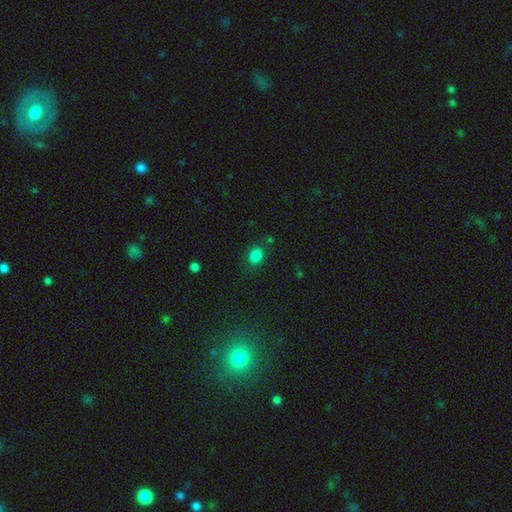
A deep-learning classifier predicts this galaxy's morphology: The model was most divided on "how rounded": in between: 56%, round: 42%, cigar-shaped: 1%. More confident: smooth or featured — smooth (83%); merging — none (77%).